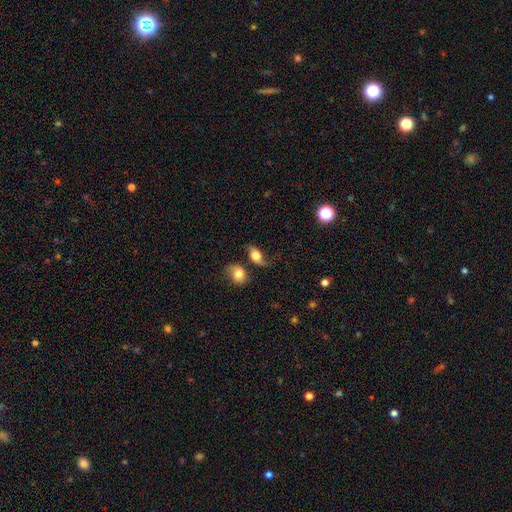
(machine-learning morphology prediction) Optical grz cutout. It shows a smooth galaxy with no disk features (59%) that is in between round and cigar-shaped (78%). Merging: none (41%).